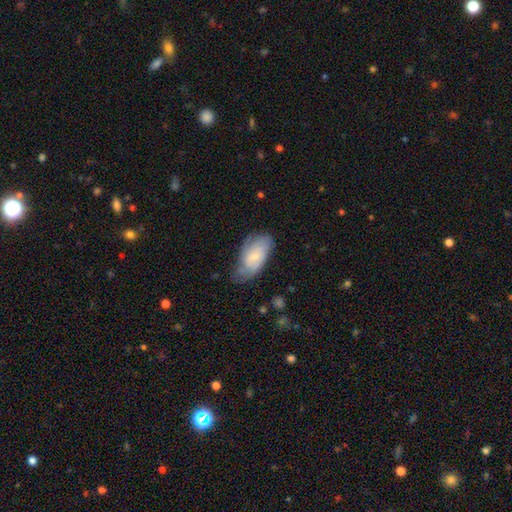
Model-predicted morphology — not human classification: smooth-or-featured: smooth: 59% | featured or disk: 34% | star or artifact: 7%
  how-rounded: in between: 93% | cigar-shaped: 4% | round: 3%
  merging: none: 54% | minor disturbance: 33% | major disturbance: 11% | merger: 2%